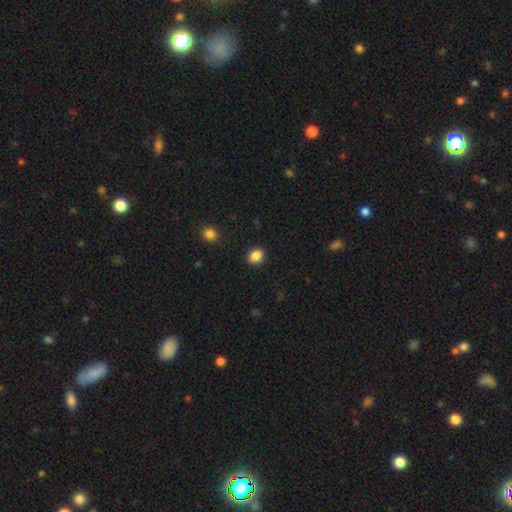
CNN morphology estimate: Smooth or featured: smooth — 87% (star or artifact — 10%)
How rounded: in between — 57% (round — 41%)
Merging: none — 88% (minor disturbance — 9%)